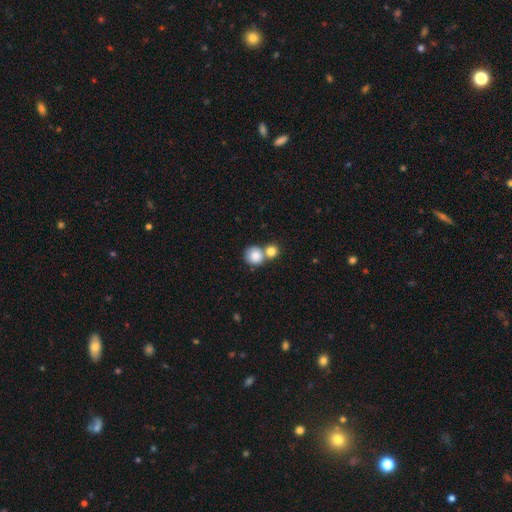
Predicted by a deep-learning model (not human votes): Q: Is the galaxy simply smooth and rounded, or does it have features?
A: smooth — 84%.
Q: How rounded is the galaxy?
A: round — 87%.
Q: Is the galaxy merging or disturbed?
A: none — 45%.